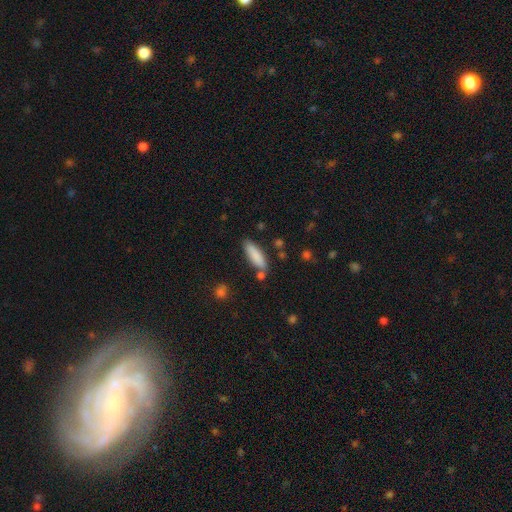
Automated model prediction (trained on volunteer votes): smooth-or-featured: smooth: 85% | featured or disk: 8% | star or artifact: 6%
  how-rounded: cigar-shaped: 56% | in between: 42% | round: 2%
  merging: none: 77% | minor disturbance: 13% | merger: 7% | major disturbance: 3%